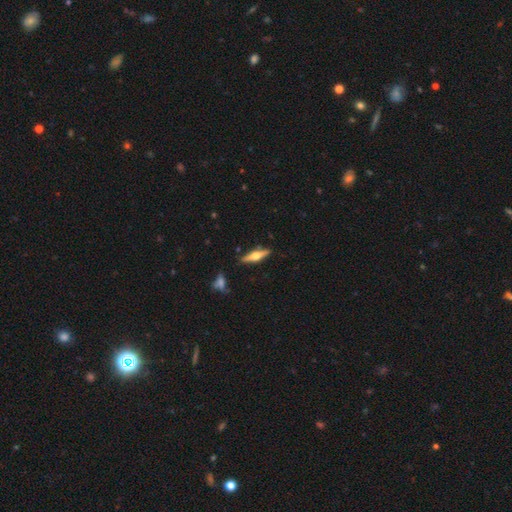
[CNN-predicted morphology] This is likely a featured or disk galaxy (67%). It is clearly viewed edge-on (96%). Edge-on bulge: clearly rounded (95%). Merging: clearly none (87%).